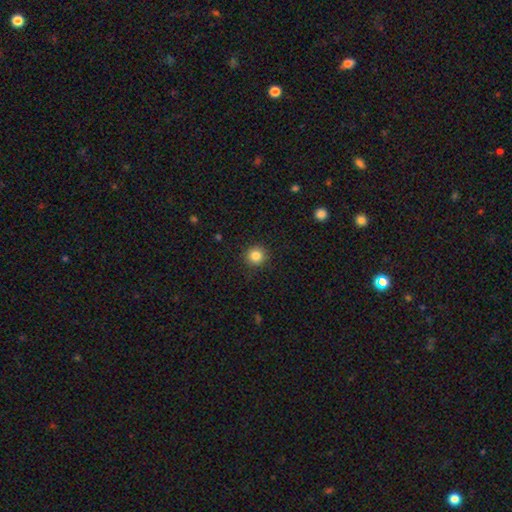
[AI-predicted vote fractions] The model was most divided on "smooth or featured": smooth: 84%, star or artifact: 11%, featured or disk: 5%. More confident: how rounded — round (93%); merging — none (91%).